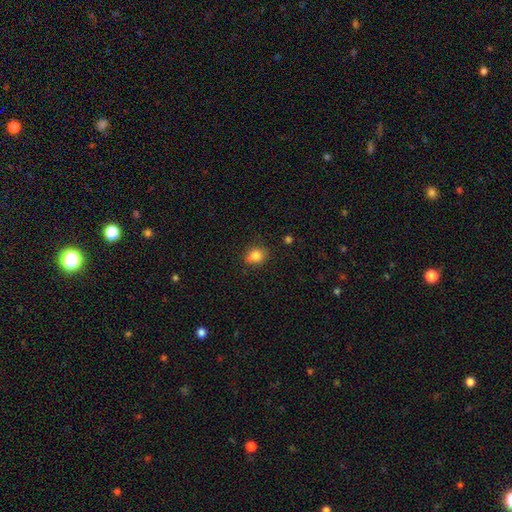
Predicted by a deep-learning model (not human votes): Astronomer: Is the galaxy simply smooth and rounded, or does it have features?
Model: smooth — 83%.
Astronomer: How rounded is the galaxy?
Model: round — 63%.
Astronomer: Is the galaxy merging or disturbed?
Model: none — 77%.